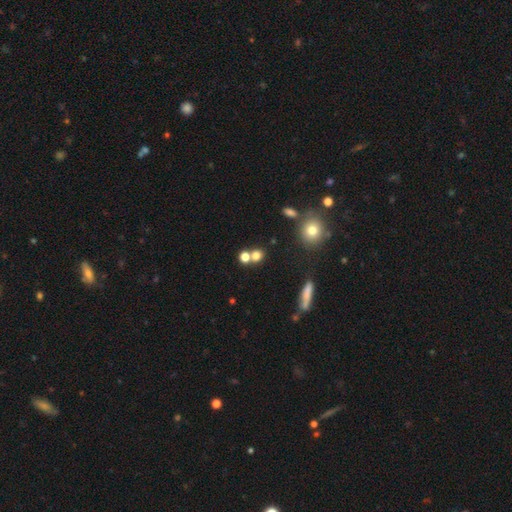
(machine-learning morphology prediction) Smooth or featured?
  - smooth: 73% *
  - star or artifact: 16%
  - featured or disk: 10%
How rounded?
  - round: 79% *
  - in between: 19%
  - cigar-shaped: 2%
Merging?
  - none: 50% *
  - merger: 39%
  - minor disturbance: 7%
  - major disturbance: 3%